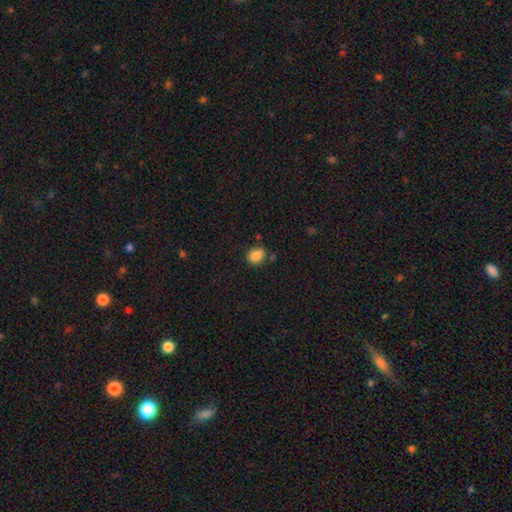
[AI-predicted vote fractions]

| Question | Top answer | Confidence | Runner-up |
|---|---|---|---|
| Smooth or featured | smooth | 83% | star or artifact (10%) |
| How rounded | round | 64% | in between (35%) |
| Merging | none | 67% | minor disturbance (21%) |